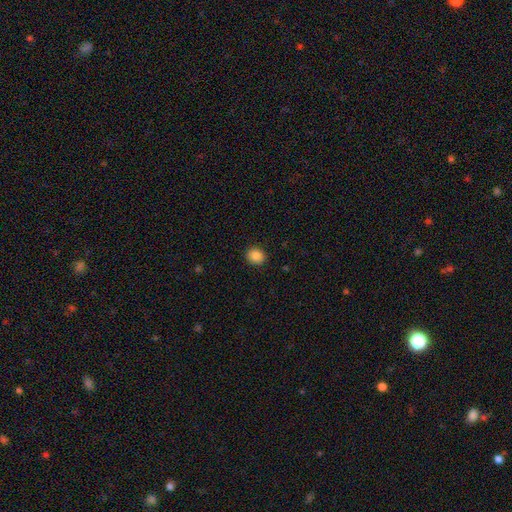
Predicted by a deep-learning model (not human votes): Overall: smooth (86%). How rounded: round (73%). Merging: none (91%).